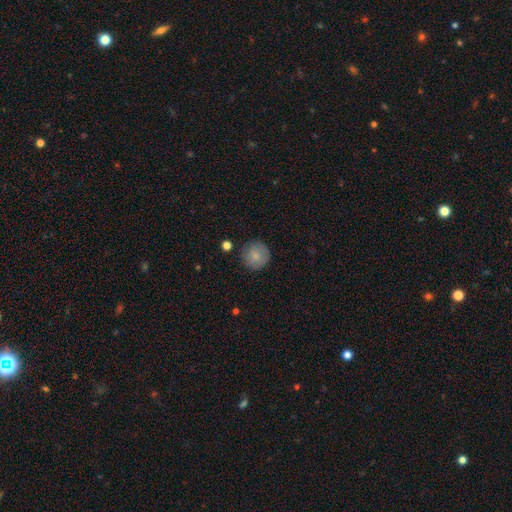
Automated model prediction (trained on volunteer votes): A smooth galaxy with no disk features (83%) that is round (95%). Merging: none (87%).